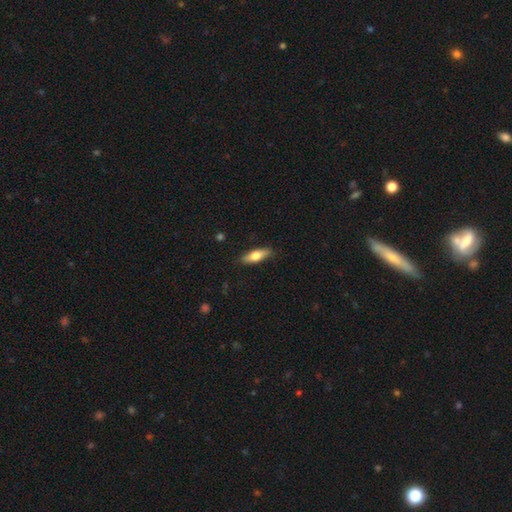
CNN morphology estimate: This is likely a smooth galaxy (69%). How rounded: possibly in between (55%). Merging: clearly none (85%).